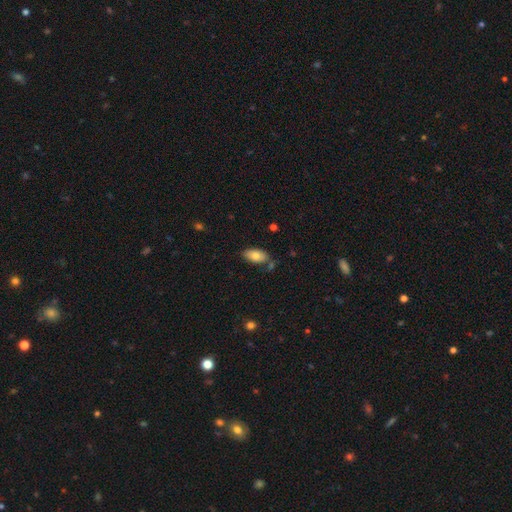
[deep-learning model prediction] smooth-or-featured: smooth: 79% | featured or disk: 14% | star or artifact: 7%
  how-rounded: in between: 92% | cigar-shaped: 5% | round: 3%
  merging: none: 74% | minor disturbance: 17% | merger: 6% | major disturbance: 3%